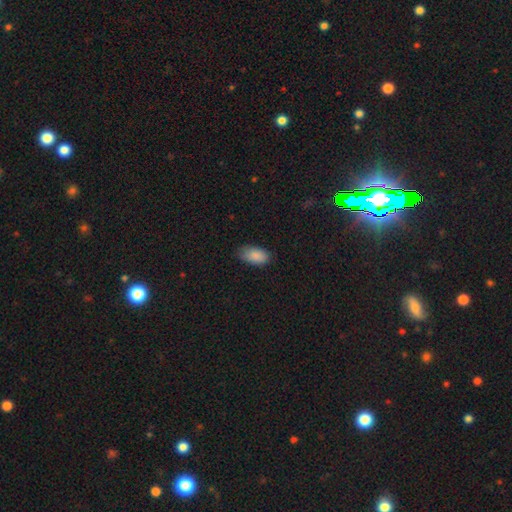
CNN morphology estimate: smooth_or_featured: smooth (p=0.88) [alt: star or artifact p=0.07]
how_rounded: in between (p=0.93) [alt: round p=0.04]
merging: none (p=0.72) [alt: minor disturbance p=0.23]